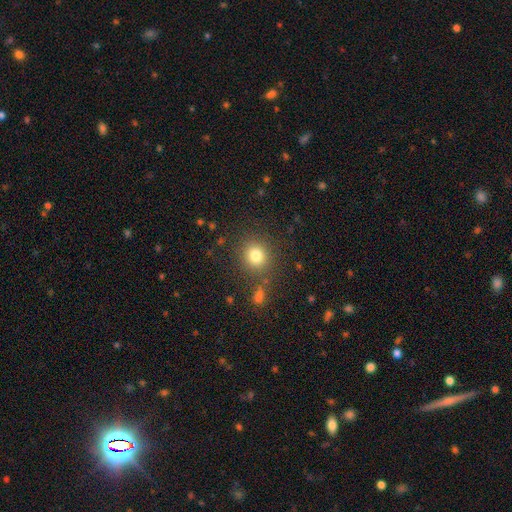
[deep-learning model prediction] Smooth or featured?
  - smooth: 80% *
  - star or artifact: 13%
  - featured or disk: 7%
How rounded?
  - round: 87% *
  - in between: 12%
  - cigar-shaped: 1%
Merging?
  - none: 84% *
  - minor disturbance: 9%
  - major disturbance: 4%
  - merger: 4%